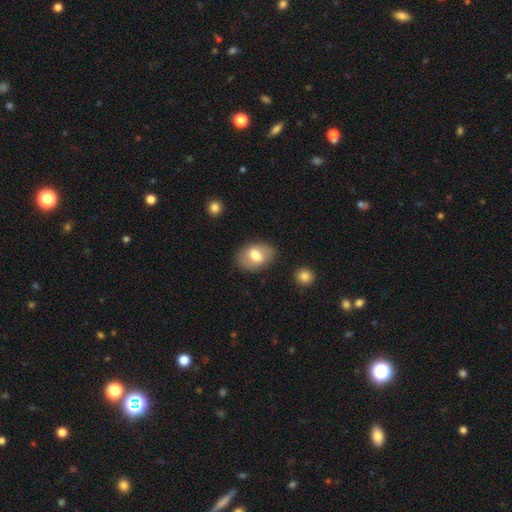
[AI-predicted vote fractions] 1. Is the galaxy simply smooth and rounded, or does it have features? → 67% smooth, 26% featured or disk, 7% star or artifact.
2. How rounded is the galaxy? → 82% in between, 17% round, 1% cigar-shaped.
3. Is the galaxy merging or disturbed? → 78% none, 14% minor disturbance, 4% major disturbance, 3% merger.